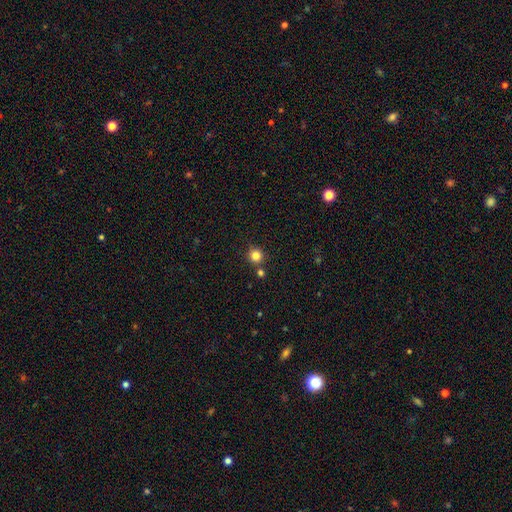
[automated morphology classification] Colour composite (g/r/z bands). It shows a smooth galaxy with no disk features (82%) that is round (94%). Merging: none (82%).